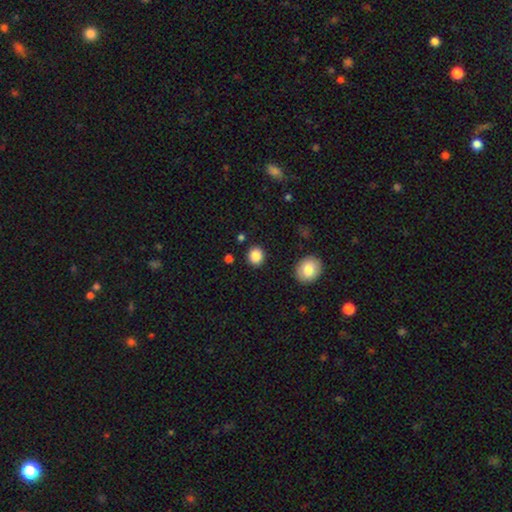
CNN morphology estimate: This is clearly a smooth galaxy (87%). How rounded: clearly round (82%). Merging: clearly none (89%).